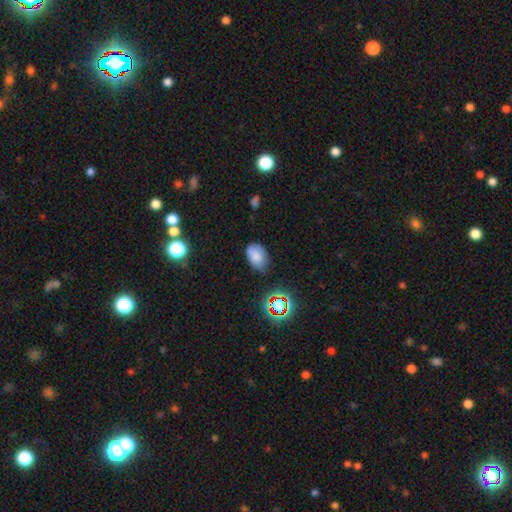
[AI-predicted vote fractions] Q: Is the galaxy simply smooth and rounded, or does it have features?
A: smooth — 78%.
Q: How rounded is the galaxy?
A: in between — 83%.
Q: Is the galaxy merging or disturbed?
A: none — 65%.